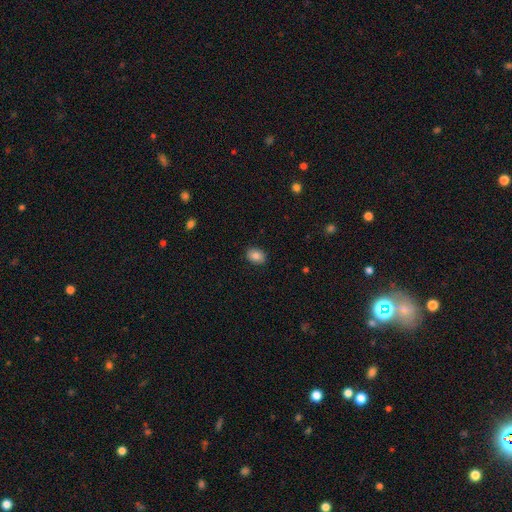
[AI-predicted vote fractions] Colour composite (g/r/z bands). It shows a smooth galaxy with no disk features (85%) that is in between round and cigar-shaped (70%). Merging: none (88%).